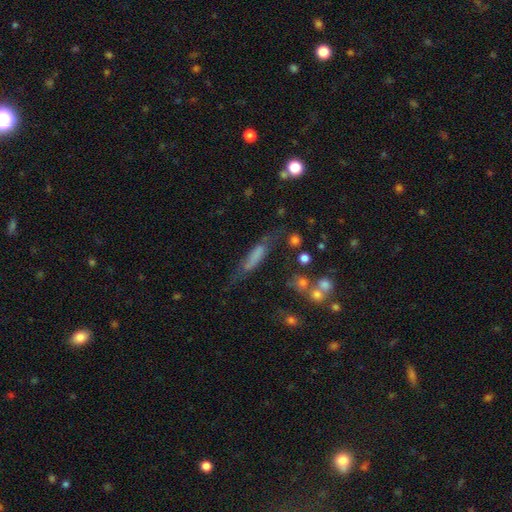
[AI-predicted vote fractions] Smooth or featured: smooth — 54% (featured or disk — 35%)
How rounded: cigar-shaped — 72% (in between — 25%)
Merging: none — 50% (minor disturbance — 26%)